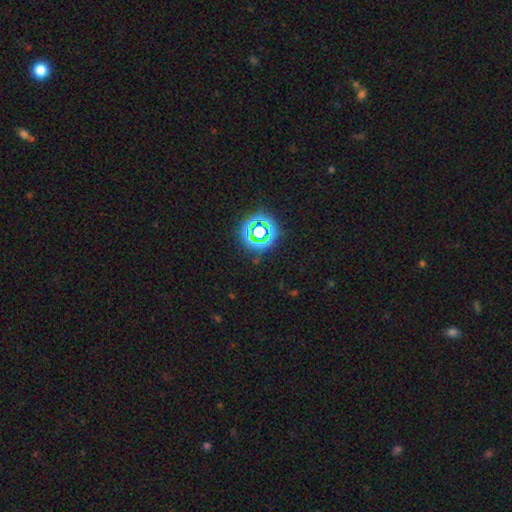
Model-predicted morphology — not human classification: Smooth or featured?
  - star or artifact: 67% *
  - smooth: 27%
  - featured or disk: 6%